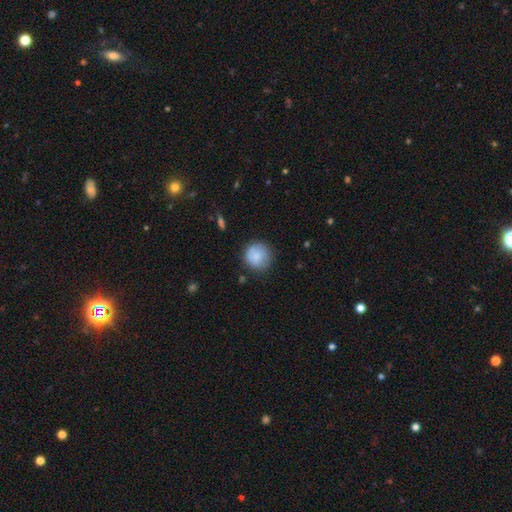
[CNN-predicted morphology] Smooth or featured? Predicted: smooth (p=0.82). How rounded? Predicted: round (p=0.92). Merging? Predicted: none (p=0.79).